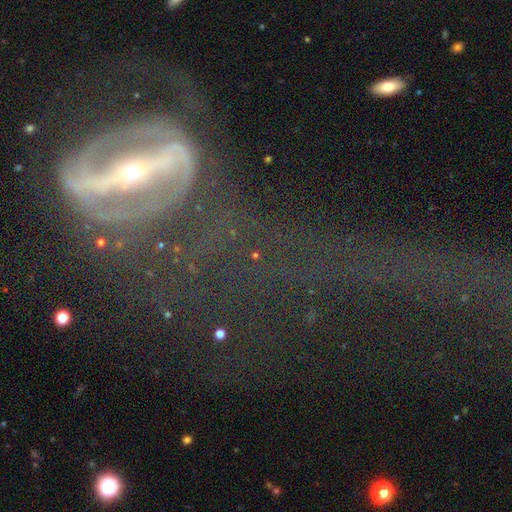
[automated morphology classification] This appears to be a star or artifact, not a galaxy (62%).